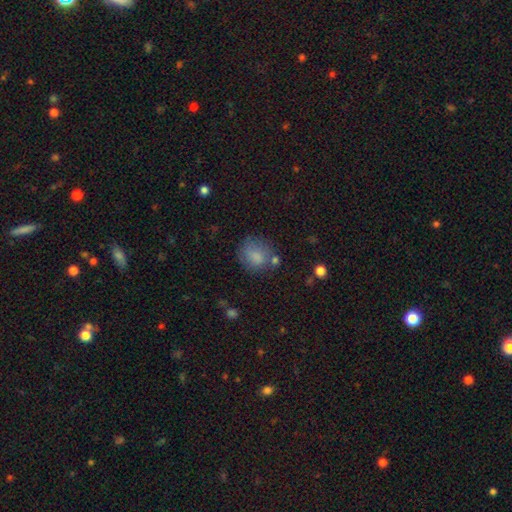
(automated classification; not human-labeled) Smooth or featured? Predicted: smooth (p=0.79). How rounded? Predicted: round (p=0.68). Merging? Predicted: none (p=0.62).